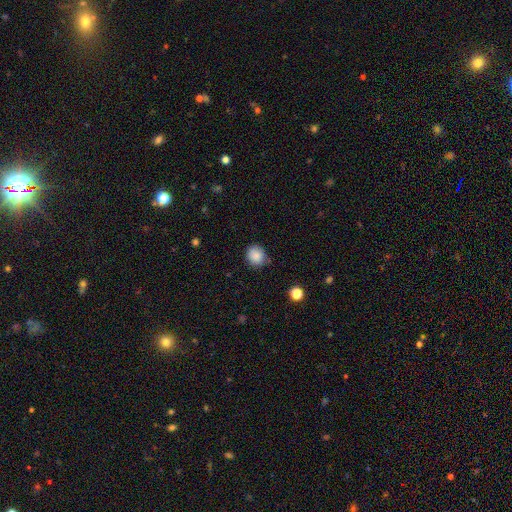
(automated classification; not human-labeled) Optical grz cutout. It shows a smooth galaxy with no disk features (86%) that is round (81%). Merging: none (79%).